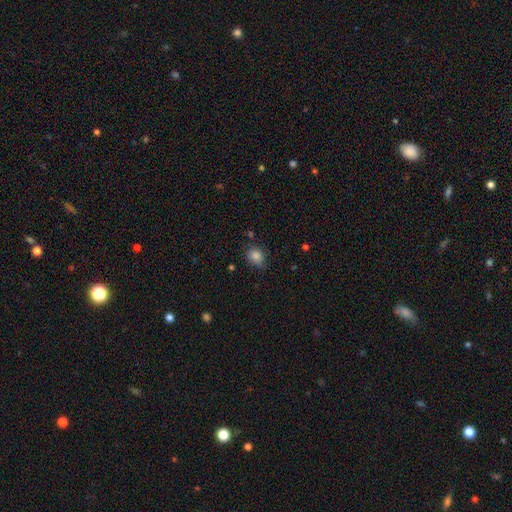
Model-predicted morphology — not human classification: A smooth galaxy with no disk features (84%) that is in between round and cigar-shaped (51%). Merging: none (69%).